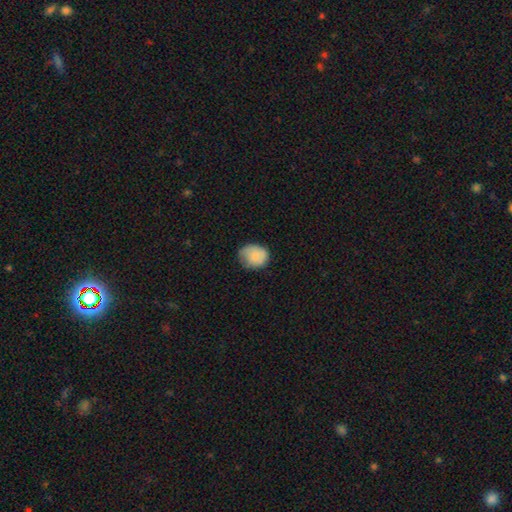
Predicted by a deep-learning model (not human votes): This appears to be a smooth galaxy with no disk features (80%) that is round (57%). Merging: none (62%).